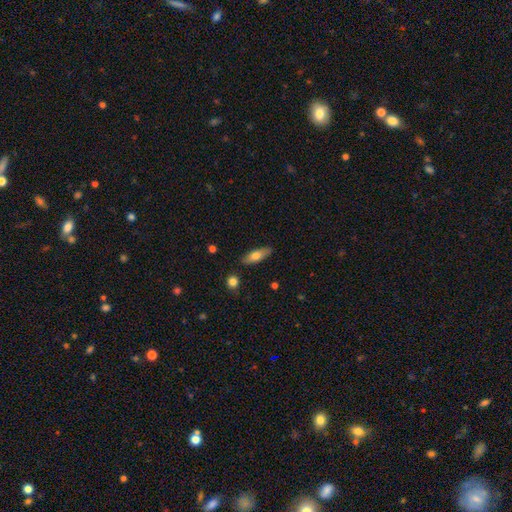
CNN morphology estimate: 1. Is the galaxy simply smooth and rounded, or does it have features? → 67% smooth, 27% featured or disk, 6% star or artifact.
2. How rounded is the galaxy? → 55% in between, 42% cigar-shaped, 3% round.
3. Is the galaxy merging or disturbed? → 85% none, 11% minor disturbance, 2% major disturbance, 2% merger.